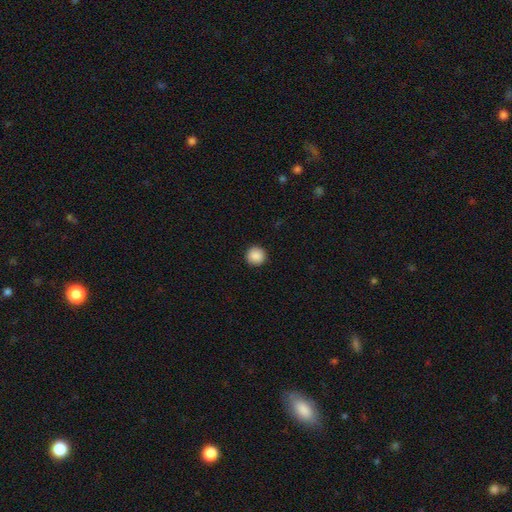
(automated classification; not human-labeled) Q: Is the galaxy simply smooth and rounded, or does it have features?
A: smooth — 89%.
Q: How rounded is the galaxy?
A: round — 95%.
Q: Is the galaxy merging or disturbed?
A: none — 92%.